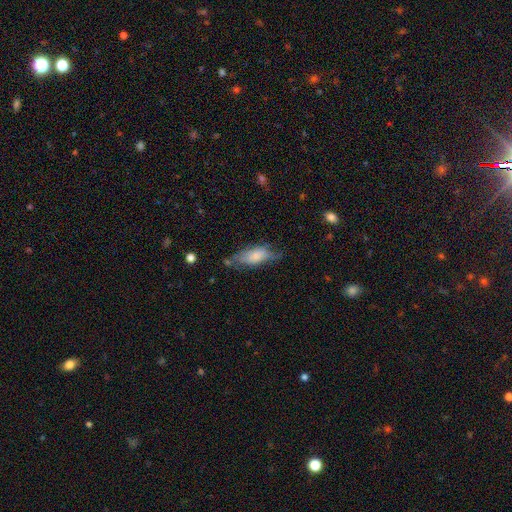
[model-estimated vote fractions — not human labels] Smooth or featured?
  - smooth: 66% *
  - featured or disk: 27%
  - star or artifact: 7%
How rounded?
  - in between: 75% *
  - cigar-shaped: 22%
  - round: 2%
Merging?
  - none: 46% *
  - minor disturbance: 34%
  - major disturbance: 15%
  - merger: 4%